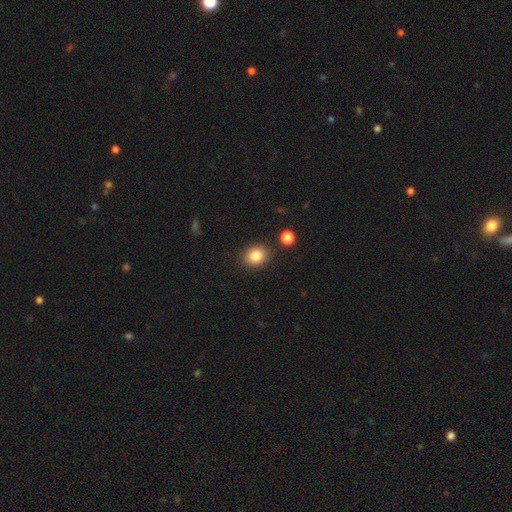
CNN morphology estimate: Smooth or featured?
  - smooth: 85% *
  - star or artifact: 10%
  - featured or disk: 6%
How rounded?
  - round: 65% *
  - in between: 34%
  - cigar-shaped: 1%
Merging?
  - none: 85% *
  - minor disturbance: 9%
  - merger: 3%
  - major disturbance: 3%